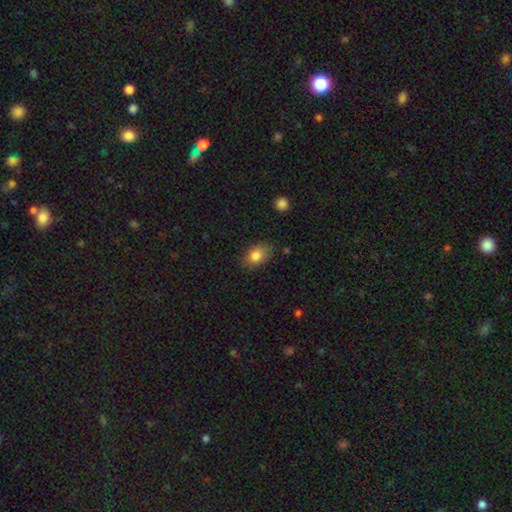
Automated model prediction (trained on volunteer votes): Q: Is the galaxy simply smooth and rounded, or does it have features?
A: smooth — 83%.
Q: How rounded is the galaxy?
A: in between — 81%.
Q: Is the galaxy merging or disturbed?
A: none — 77%.